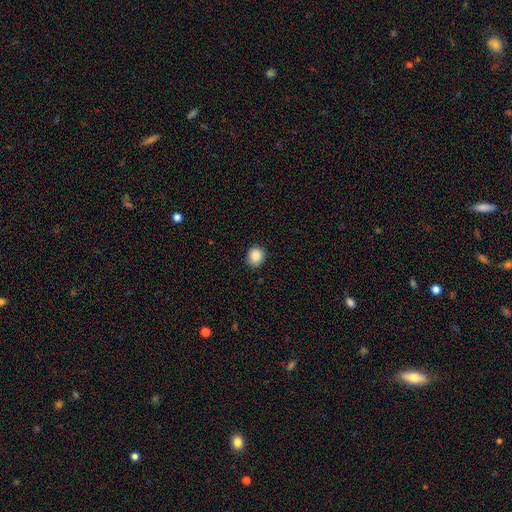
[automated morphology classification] A smooth galaxy with no disk features (88%) that is round (80%). Merging: none (89%).